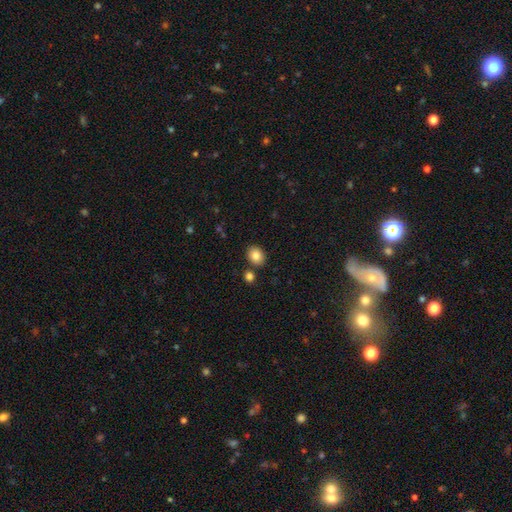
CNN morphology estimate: A smooth galaxy with no disk features (85%) that is round (50%).

Vote fractions:
- Smooth or featured? smooth: 85% / star or artifact: 9% / featured or disk: 6%
- How rounded? round: 50% / in between: 49% / cigar-shaped: 1%
- Merging? none: 83% / minor disturbance: 8% / merger: 7% / major disturbance: 2%